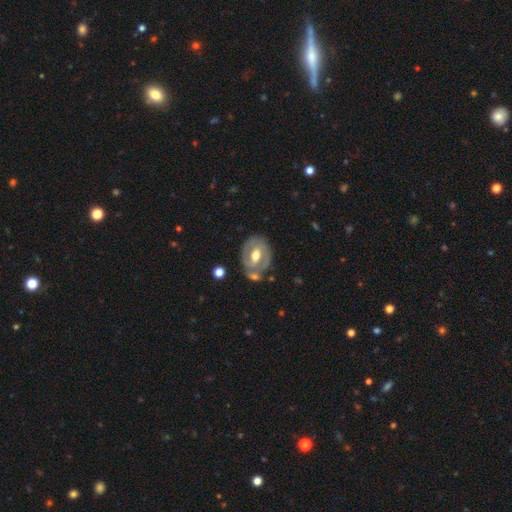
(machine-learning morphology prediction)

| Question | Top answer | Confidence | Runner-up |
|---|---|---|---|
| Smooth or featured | featured or disk | 66% | smooth (29%) |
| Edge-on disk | no | 94% | yes (6%) |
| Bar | weak | 43% | no (33%) |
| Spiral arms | yes | 53% | no (47%) |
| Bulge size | moderate | 71% | large (15%) |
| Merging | none | 61% | minor disturbance (19%) |